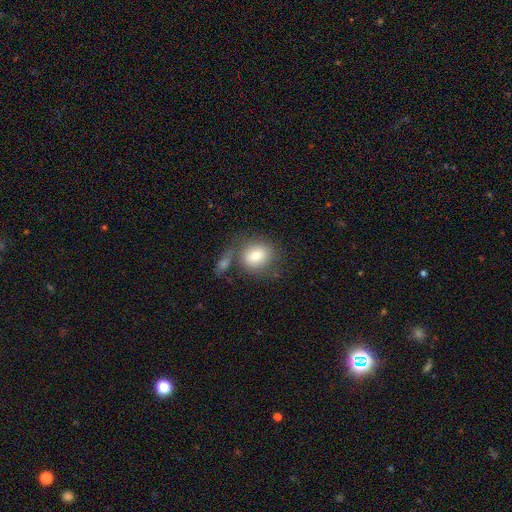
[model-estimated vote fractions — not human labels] Smooth or featured: smooth — 79% (featured or disk — 13%)
How rounded: round — 60% (in between — 39%)
Merging: none — 58% (merger — 21%)